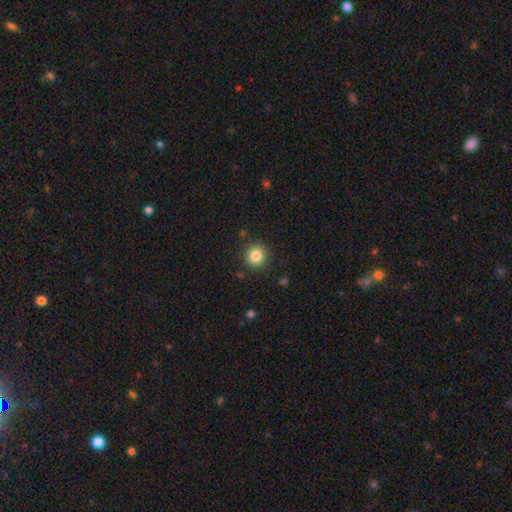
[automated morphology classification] A smooth galaxy with no disk features (85%) that is round (88%). Merging: none (88%).